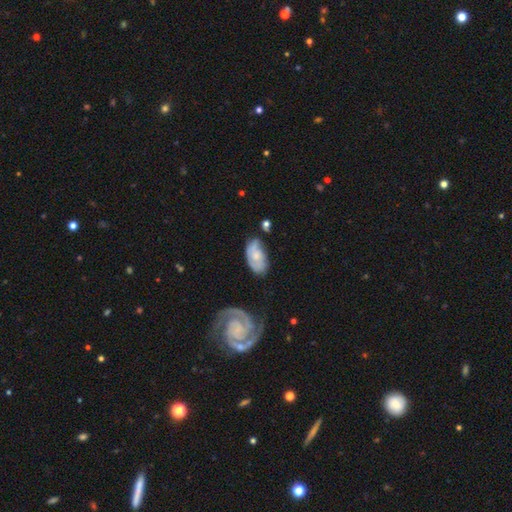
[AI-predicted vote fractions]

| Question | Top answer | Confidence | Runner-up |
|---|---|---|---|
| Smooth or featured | featured or disk | 55% | smooth (39%) |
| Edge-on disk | no | 94% | yes (6%) |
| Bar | no | 76% | weak (21%) |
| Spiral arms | yes | 78% | no (22%) |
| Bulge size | small | 52% | moderate (36%) |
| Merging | none | 52% | minor disturbance (30%) |